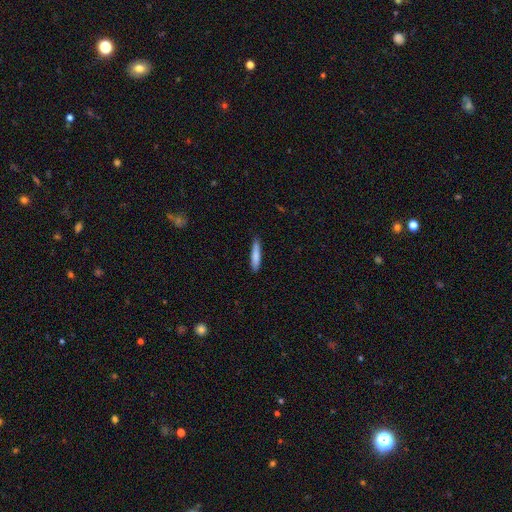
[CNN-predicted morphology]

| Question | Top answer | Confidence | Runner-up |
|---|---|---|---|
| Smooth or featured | smooth | 80% | featured or disk (14%) |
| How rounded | cigar-shaped | 89% | in between (10%) |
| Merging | none | 85% | minor disturbance (12%) |